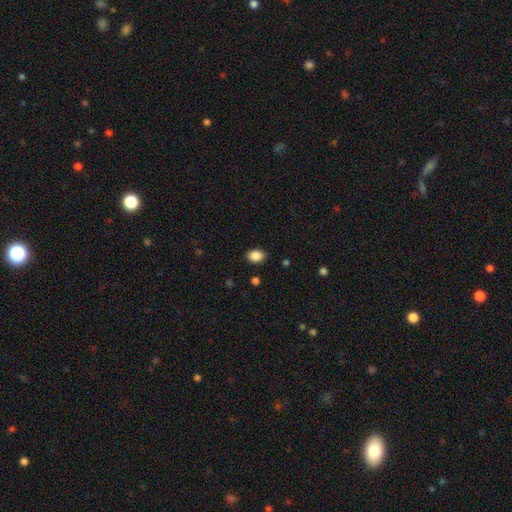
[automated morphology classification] This is clearly a smooth galaxy (88%). How rounded: likely in between (77%). Merging: clearly none (87%).